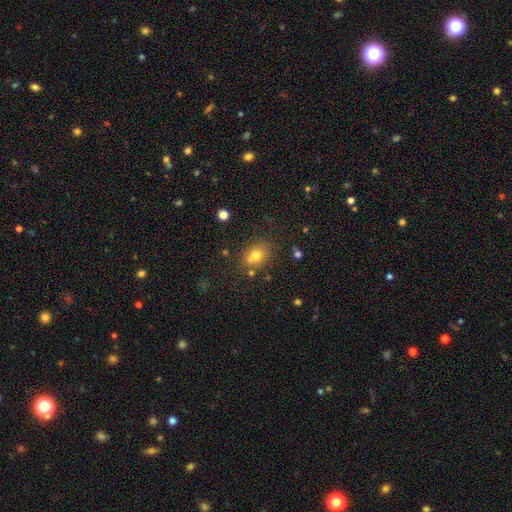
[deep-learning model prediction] A smooth galaxy with no disk features (72%) that is round (57%). Merging: none (66%).